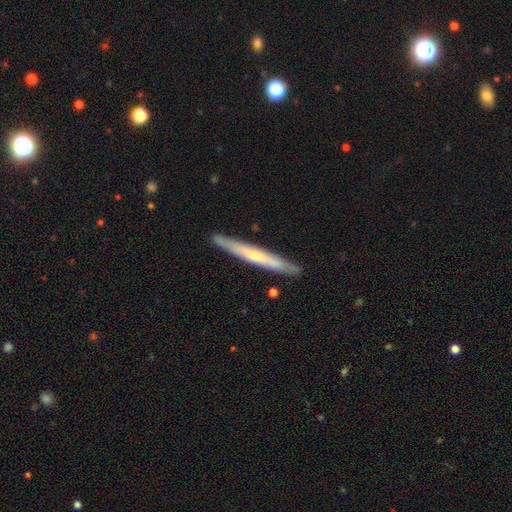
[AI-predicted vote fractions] Smooth or featured? Predicted: featured or disk (p=0.56). Edge-on disk? Predicted: yes (p=0.94). Edge-on bulge? Predicted: none (p=0.50). Merging? Predicted: none (p=0.89).